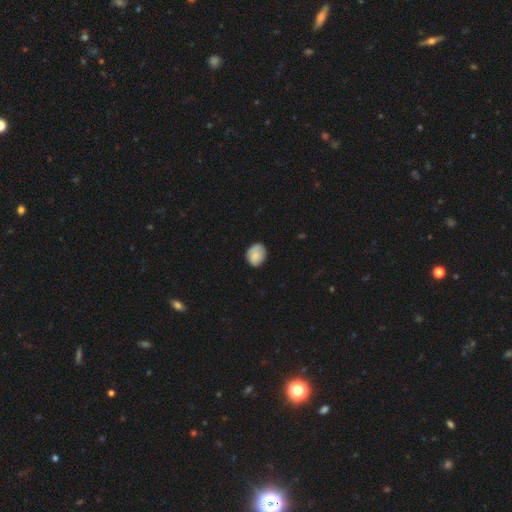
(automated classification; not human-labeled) Smooth or featured? Predicted: smooth (p=0.84). How rounded? Predicted: round (p=0.55). Merging? Predicted: none (p=0.76).